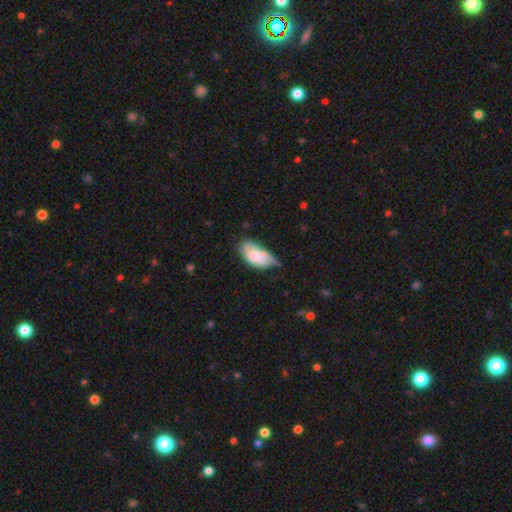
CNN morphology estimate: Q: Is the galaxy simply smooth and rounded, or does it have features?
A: smooth — 69%.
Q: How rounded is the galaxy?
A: in between — 93%.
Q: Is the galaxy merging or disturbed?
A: minor disturbance — 47%.